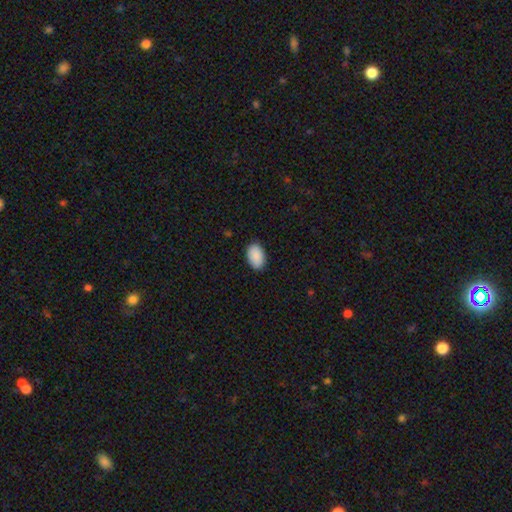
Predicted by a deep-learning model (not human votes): smooth_or_featured: smooth (p=0.91) [alt: star or artifact p=0.06]
how_rounded: in between (p=0.92) [alt: round p=0.07]
merging: none (p=0.87) [alt: minor disturbance p=0.10]